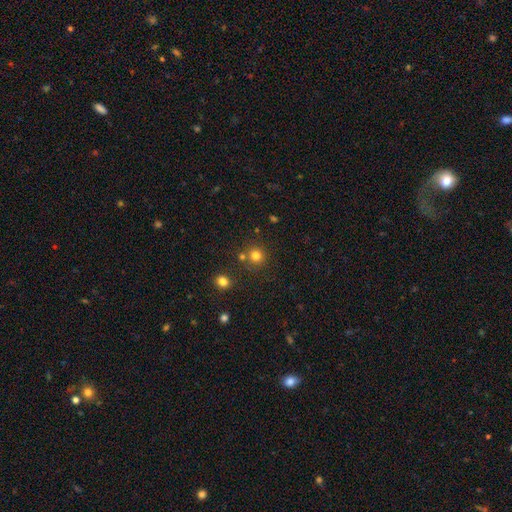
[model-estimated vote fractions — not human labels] Smooth or featured: smooth — 78% (star or artifact — 15%)
How rounded: round — 91% (in between — 8%)
Merging: none — 76% (merger — 14%)